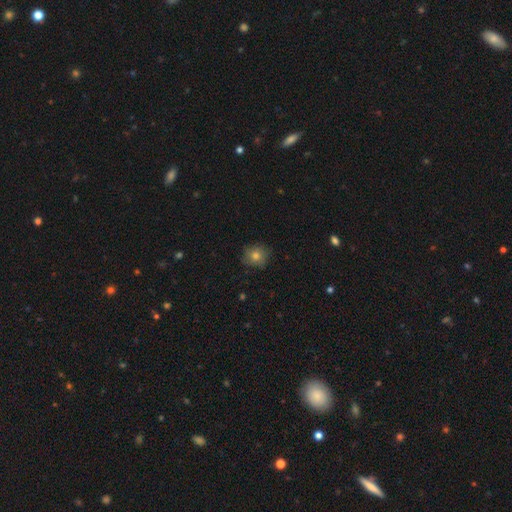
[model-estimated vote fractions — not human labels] This appears to be a smooth galaxy with no disk features (77%) that is round (83%). Merging: none (82%).